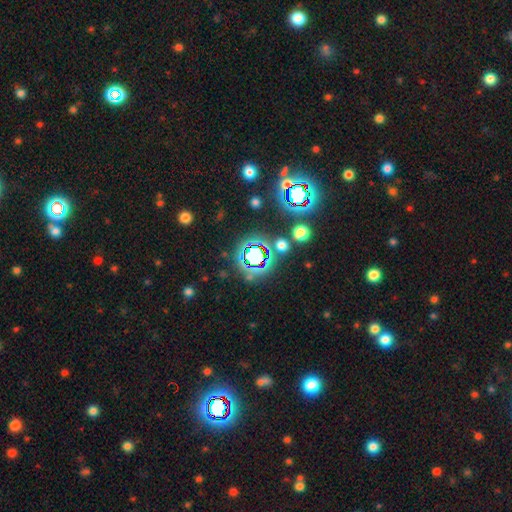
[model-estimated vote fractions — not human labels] Morphology: type=star or artifact (79%).